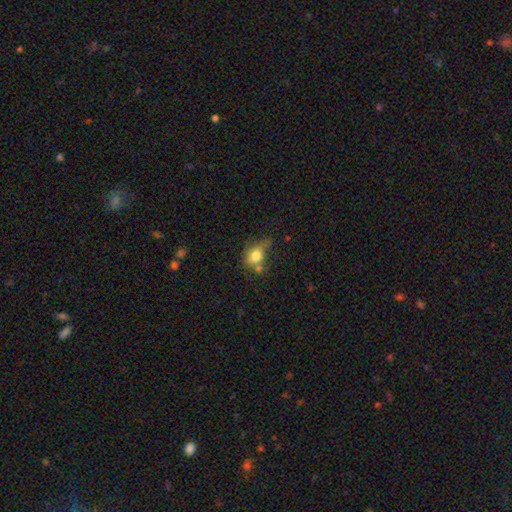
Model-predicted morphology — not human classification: Smooth or featured? smooth (78%)
How rounded? in between (55%)
Merging? none (43%)